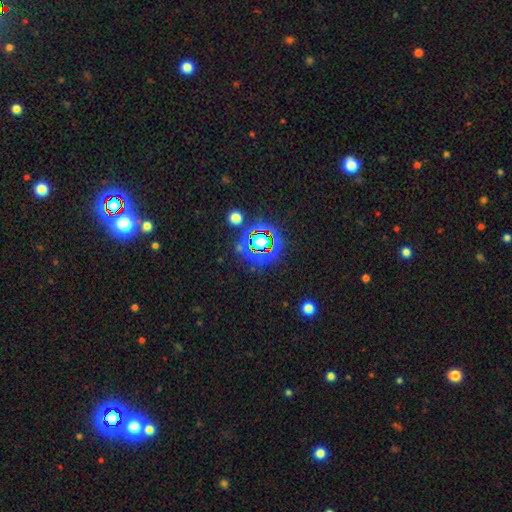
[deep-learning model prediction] Smooth or featured?
  - star or artifact: 75% *
  - smooth: 16%
  - featured or disk: 9%